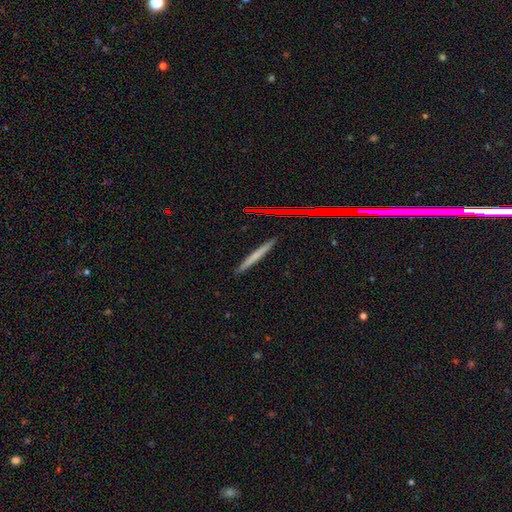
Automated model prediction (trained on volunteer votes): Smooth or featured? Predicted: smooth (p=0.61). How rounded? Predicted: cigar-shaped (p=0.96). Merging? Predicted: none (p=0.91).